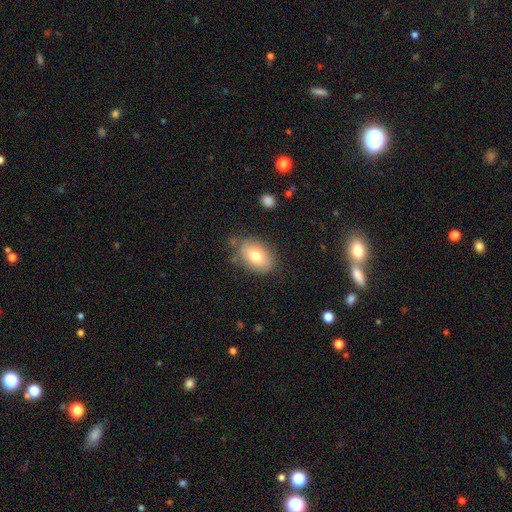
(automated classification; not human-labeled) Smooth or featured? Predicted: smooth (p=0.77). How rounded? Predicted: in between (p=0.86). Merging? Predicted: none (p=0.74).